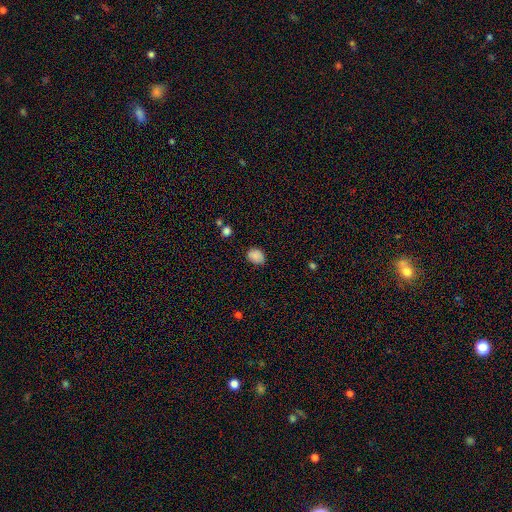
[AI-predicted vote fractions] A smooth galaxy with no disk features (84%) that is in between round and cigar-shaped (54%). Merging: none (70%).